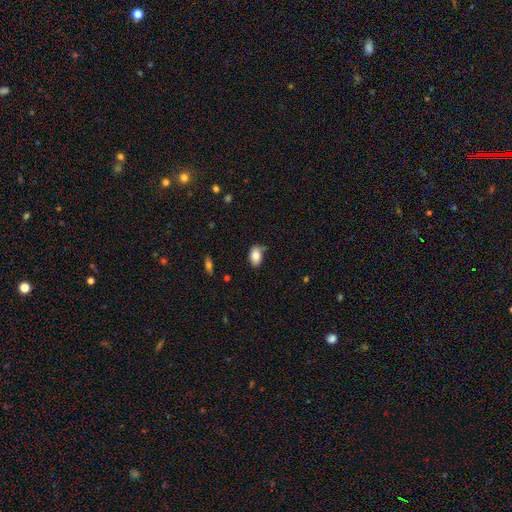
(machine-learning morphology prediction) Smooth or featured? smooth (83%)
How rounded? in between (90%)
Merging? none (71%)